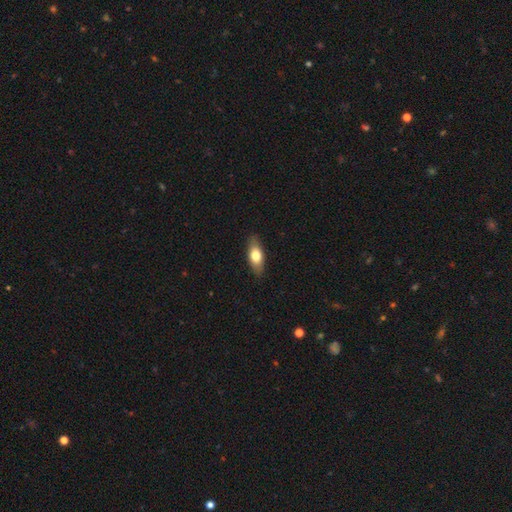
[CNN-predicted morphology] Overall: smooth (70%). How rounded: in between (77%). Merging: none (87%).